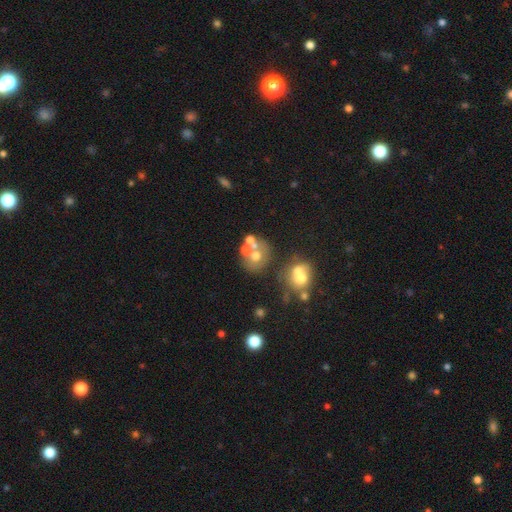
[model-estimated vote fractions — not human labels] Smooth or featured? smooth (51%)
How rounded? round (73%)
Merging? none (43%)